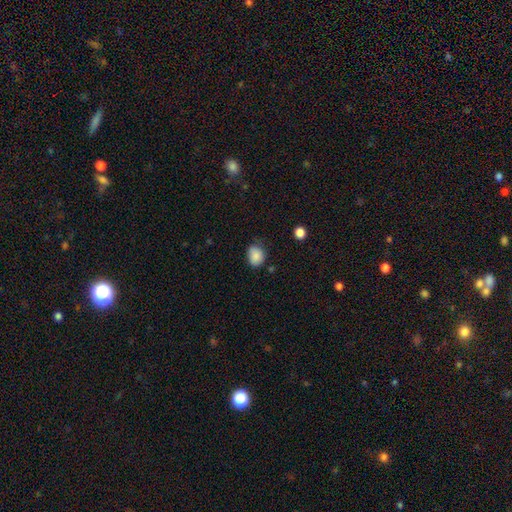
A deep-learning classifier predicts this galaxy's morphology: smooth_or_featured: smooth (p=0.86) [alt: star or artifact p=0.09]
how_rounded: in between (p=0.51) [alt: round p=0.48]
merging: none (p=0.65) [alt: minor disturbance p=0.27]